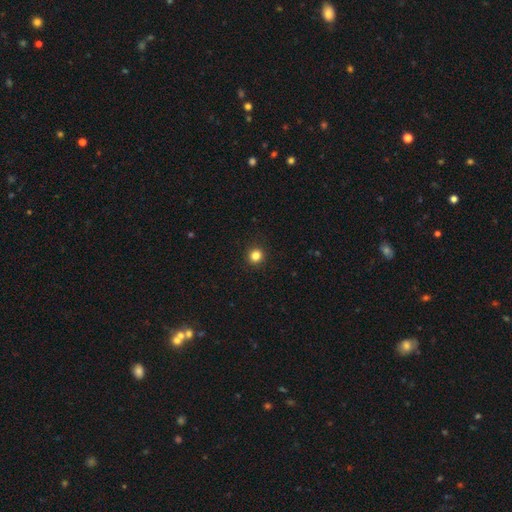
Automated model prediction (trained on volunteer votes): Q: Smooth or featured?
A: smooth (84%); runner-up: star or artifact (12%)
Q: How rounded?
A: round (94%); runner-up: in between (5%)
Q: Merging?
A: none (93%); runner-up: minor disturbance (5%)